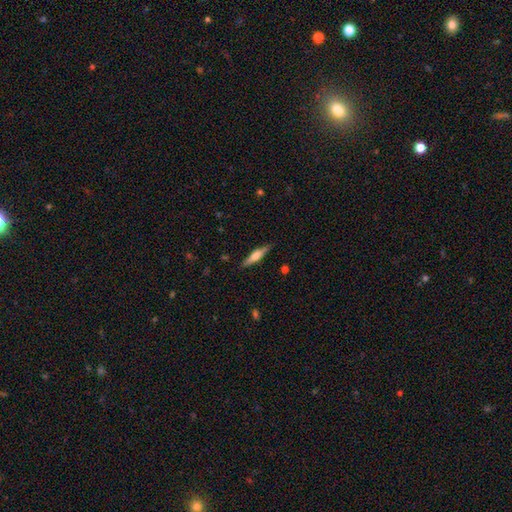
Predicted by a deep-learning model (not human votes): This appears to be a featured or disk galaxy (53%) viewed edge-on (96%) with a rounded central bulge (86%). Merging: none (89%).